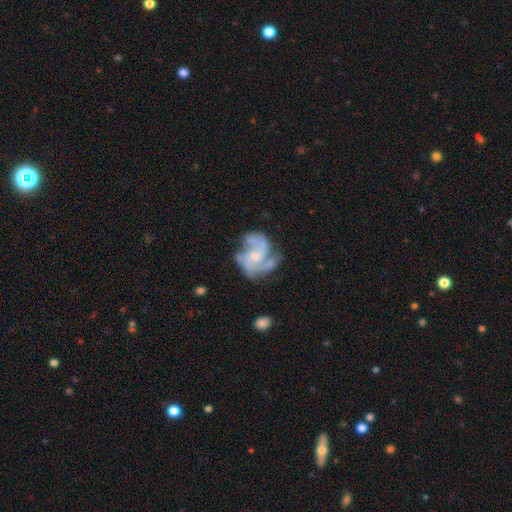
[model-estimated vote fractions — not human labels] This is clearly a featured or disk galaxy (84%). It is clearly not viewed edge-on (98%). Bar: likely no (70%). Spiral arm pattern: clearly yes (93%). Spiral arm count: possibly 3 (53%). Spiral winding: possibly medium (51%). Central bulge: possibly small (59%). Merging: possibly none (55%).